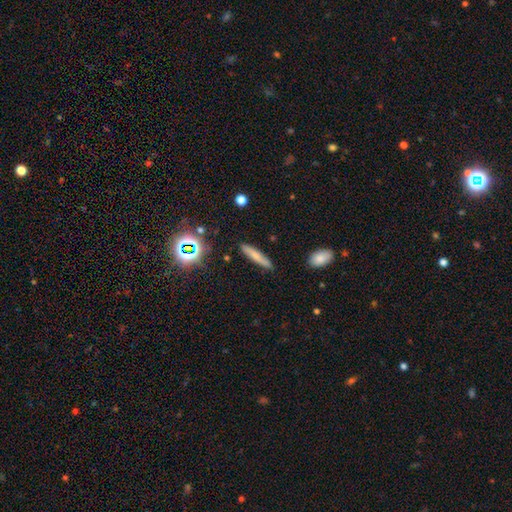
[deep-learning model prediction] Overall: smooth (65%). How rounded: cigar-shaped (87%). Merging: none (86%).